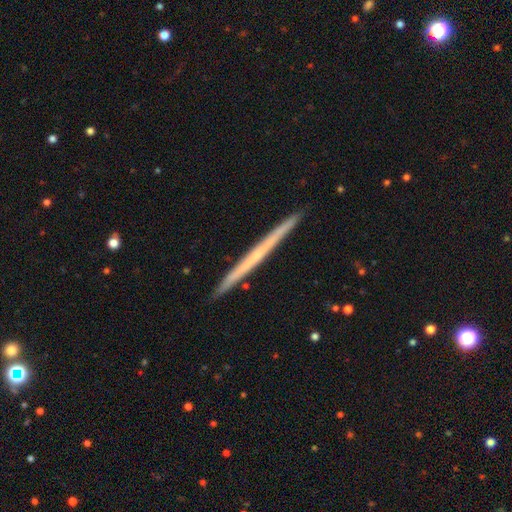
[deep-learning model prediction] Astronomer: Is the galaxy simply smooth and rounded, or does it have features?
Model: featured or disk — 61%.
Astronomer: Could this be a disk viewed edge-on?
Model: yes — 98%.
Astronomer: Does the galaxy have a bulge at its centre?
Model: none — 87%.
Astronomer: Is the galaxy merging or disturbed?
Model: none — 92%.